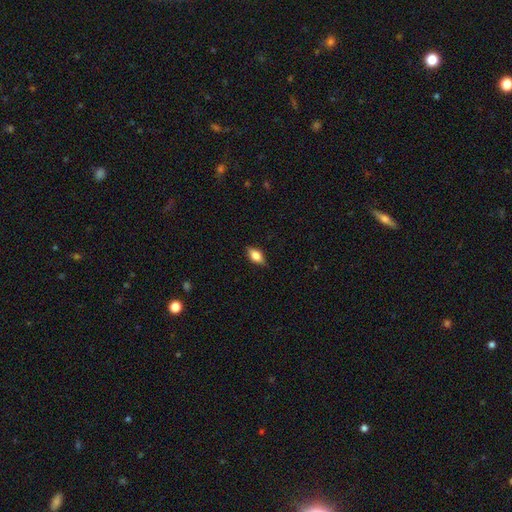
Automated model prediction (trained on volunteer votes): The model was most divided on "smooth or featured": smooth: 65%, featured or disk: 27%, star or artifact: 8%. More confident: merging — none (83%); how rounded — in between (82%).